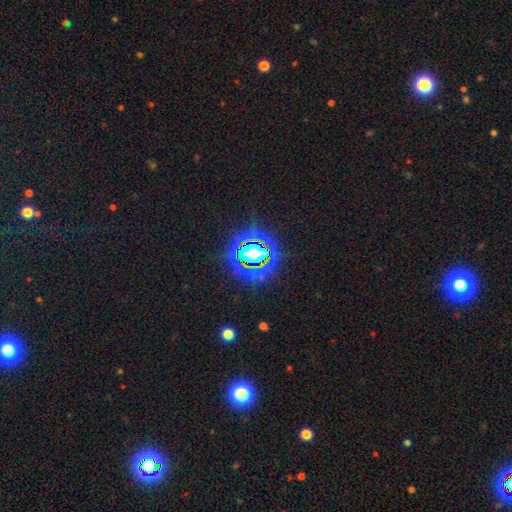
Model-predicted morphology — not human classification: Smooth or featured?
  - star or artifact: 71% *
  - smooth: 18%
  - featured or disk: 11%